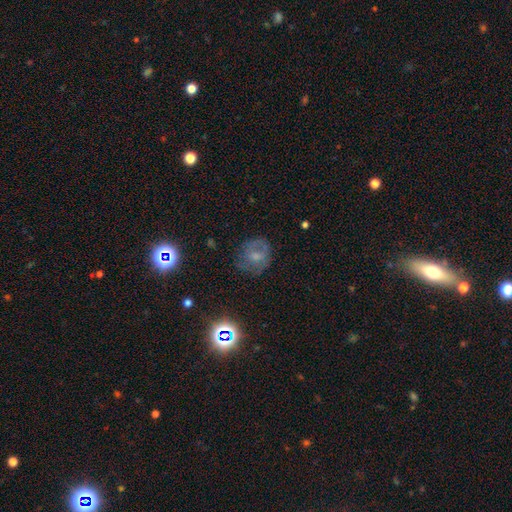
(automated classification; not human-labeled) This appears to be a smooth galaxy with no disk features (49%). Merging: none (63%).